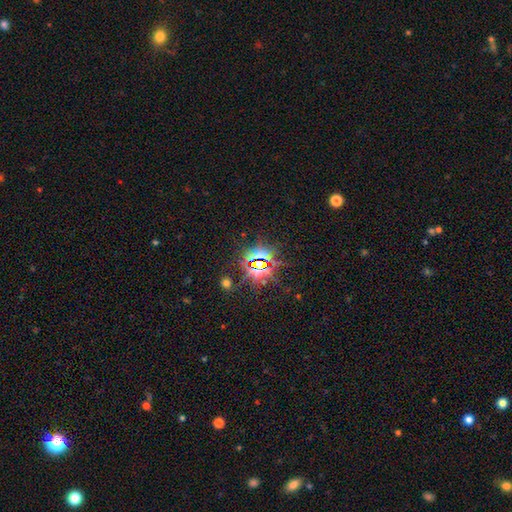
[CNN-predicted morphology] This is likely a star or artifact rather than a galaxy (79%).